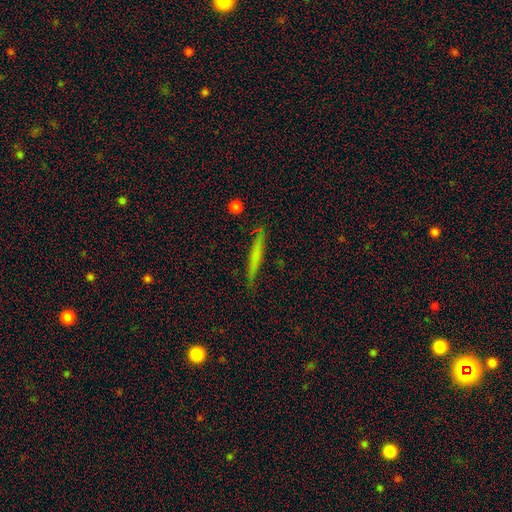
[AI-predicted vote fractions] Overall: smooth (63%; featured or disk 29%). How rounded: cigar-shaped (95%). Merging: none (83%).